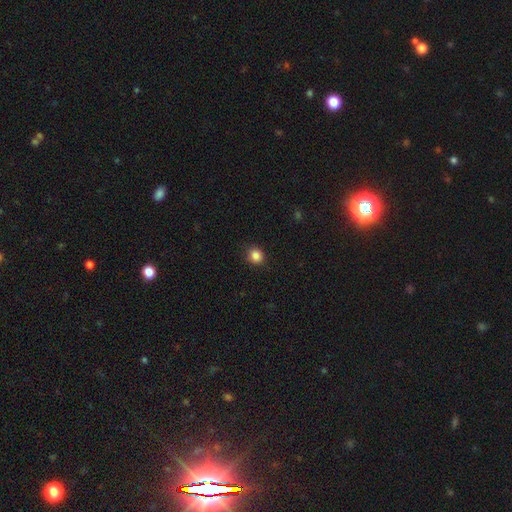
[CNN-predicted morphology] Q: Smooth or featured?
A: smooth (86%); runner-up: star or artifact (11%)
Q: How rounded?
A: round (82%); runner-up: in between (17%)
Q: Merging?
A: none (89%); runner-up: minor disturbance (8%)